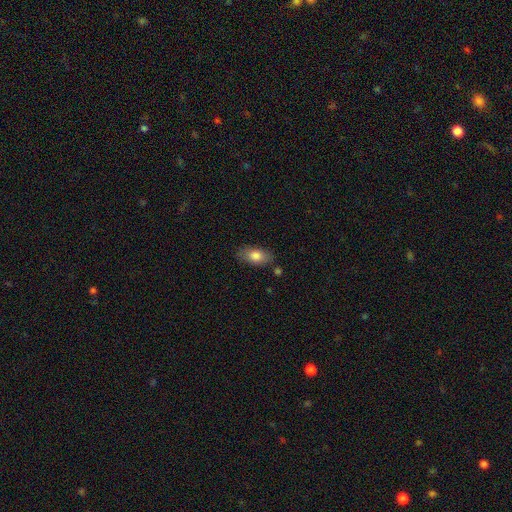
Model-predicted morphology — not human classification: Q: Smooth or featured?
A: smooth (80%); runner-up: featured or disk (13%)
Q: How rounded?
A: in between (90%); runner-up: cigar-shaped (5%)
Q: Merging?
A: none (79%); runner-up: minor disturbance (14%)